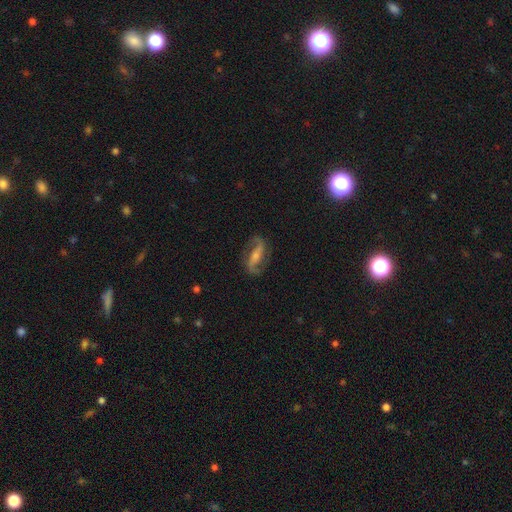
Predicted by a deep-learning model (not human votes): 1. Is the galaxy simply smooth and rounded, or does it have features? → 84% featured or disk, 9% smooth, 7% star or artifact.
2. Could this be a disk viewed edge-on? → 94% no, 6% yes.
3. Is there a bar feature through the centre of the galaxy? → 46% strong, 35% weak, 20% no.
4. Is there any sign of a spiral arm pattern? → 95% yes, 5% no.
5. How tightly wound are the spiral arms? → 43% medium, 42% loose, 15% tight.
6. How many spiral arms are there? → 92% 2, 3% can't tell, 2% 1, 1% 3, 1% 4, 1% more than 4.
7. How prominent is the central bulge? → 46% small, 39% moderate, 8% none, 5% large, 1% dominant.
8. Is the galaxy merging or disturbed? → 81% none, 12% minor disturbance, 5% major disturbance, 1% merger.